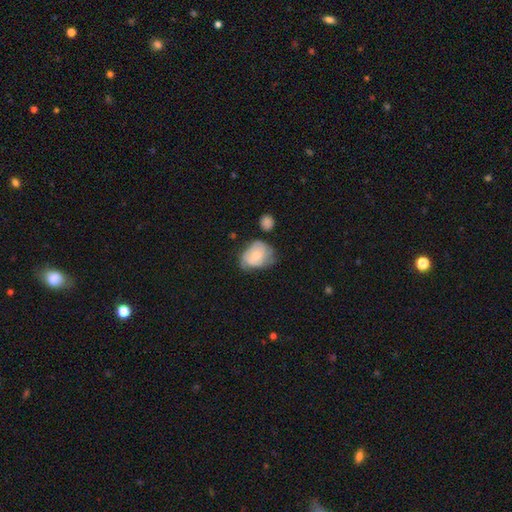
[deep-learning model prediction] Smooth or featured? Predicted: featured or disk (p=0.49). Merging? Predicted: none (p=0.43).